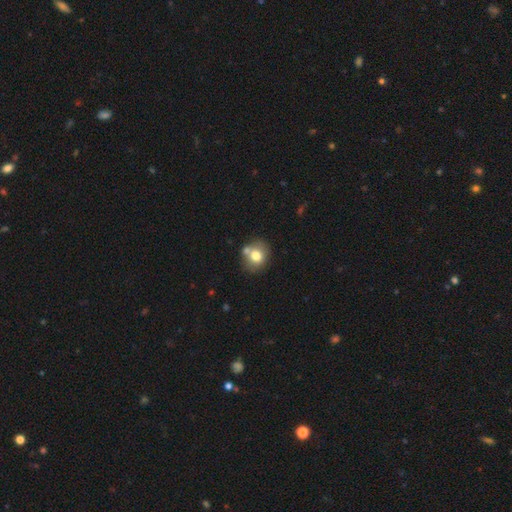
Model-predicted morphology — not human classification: type=smooth (73%); roundness=round (66%); merging=none (60%).